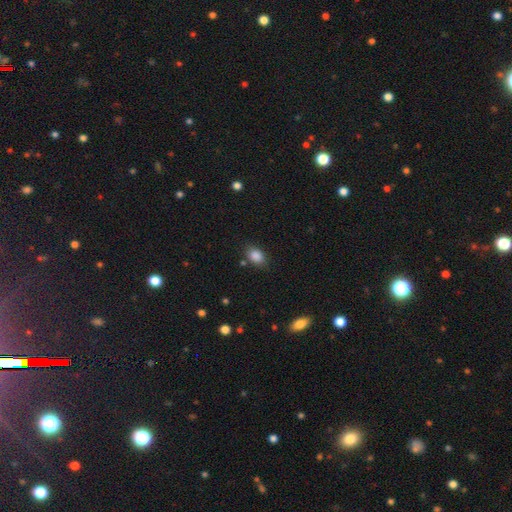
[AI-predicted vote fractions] Morphology: type=smooth (86%); roundness=in between (74%); merging=none (77%).